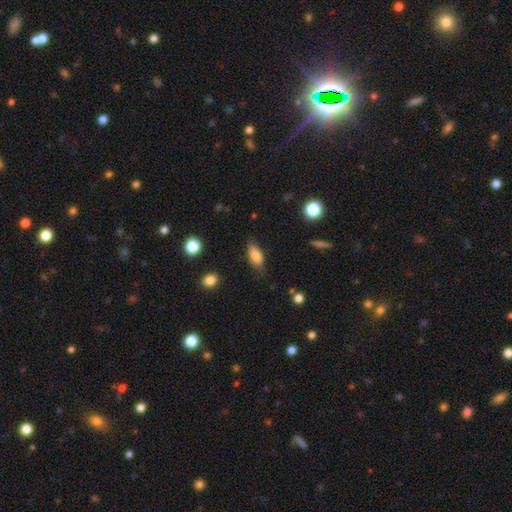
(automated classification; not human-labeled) Smooth or featured? Predicted: smooth (p=0.83). How rounded? Predicted: in between (p=0.84). Merging? Predicted: none (p=0.74).